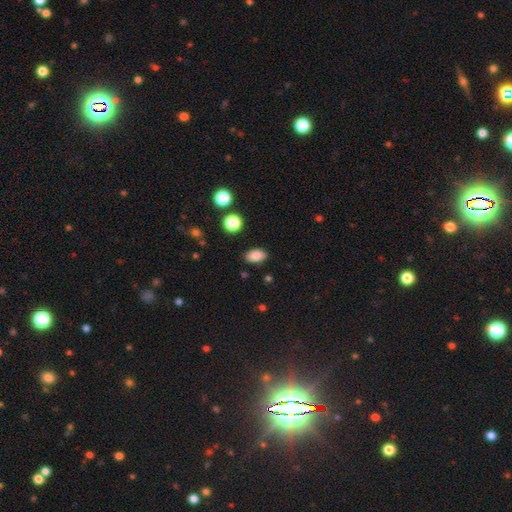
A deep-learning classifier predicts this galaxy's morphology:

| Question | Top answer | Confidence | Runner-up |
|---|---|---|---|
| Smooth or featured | smooth | 87% | star or artifact (10%) |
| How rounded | in between | 90% | round (8%) |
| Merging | none | 87% | minor disturbance (9%) |